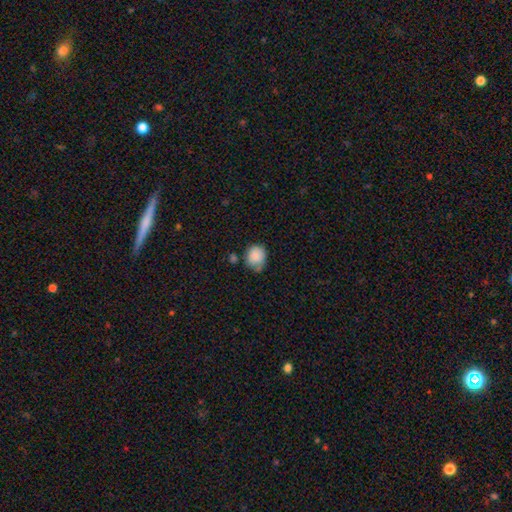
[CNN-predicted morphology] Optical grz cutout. It shows a smooth galaxy with no disk features (87%) that is round (72%). Merging: none (62%).